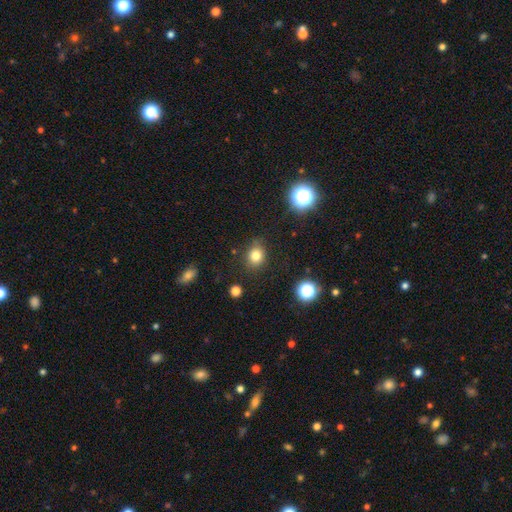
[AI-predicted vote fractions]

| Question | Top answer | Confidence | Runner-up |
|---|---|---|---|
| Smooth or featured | smooth | 79% | star or artifact (14%) |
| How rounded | round | 63% | in between (36%) |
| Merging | none | 81% | minor disturbance (14%) |